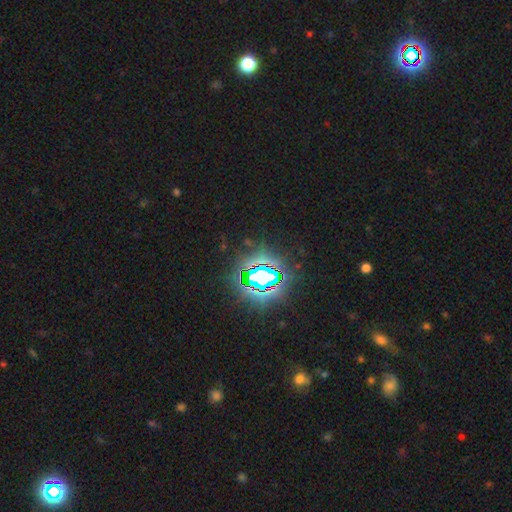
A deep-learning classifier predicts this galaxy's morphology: Smooth or featured? Predicted: star or artifact (p=0.84).